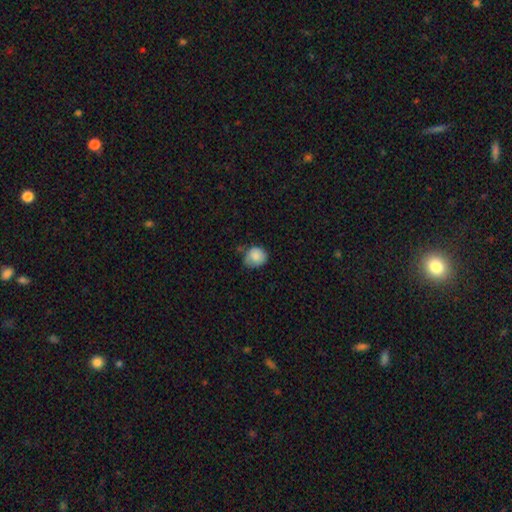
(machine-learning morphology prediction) Smooth or featured? Predicted: smooth (p=0.84). How rounded? Predicted: round (p=0.76). Merging? Predicted: none (p=0.52).